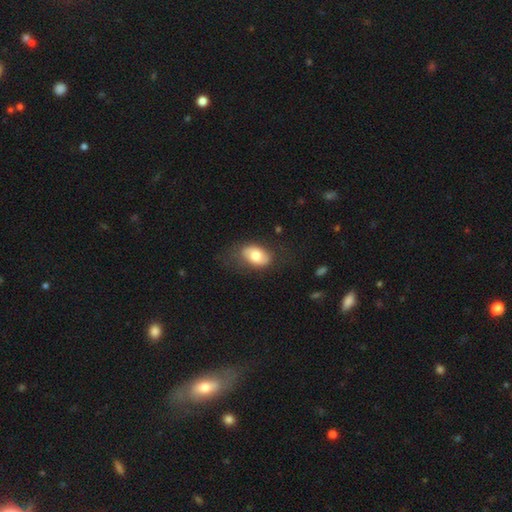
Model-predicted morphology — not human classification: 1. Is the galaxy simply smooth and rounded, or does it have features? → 70% smooth, 23% featured or disk, 6% star or artifact.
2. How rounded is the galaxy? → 89% in between, 10% round, 1% cigar-shaped.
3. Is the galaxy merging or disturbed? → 68% none, 20% minor disturbance, 10% major disturbance, 1% merger.